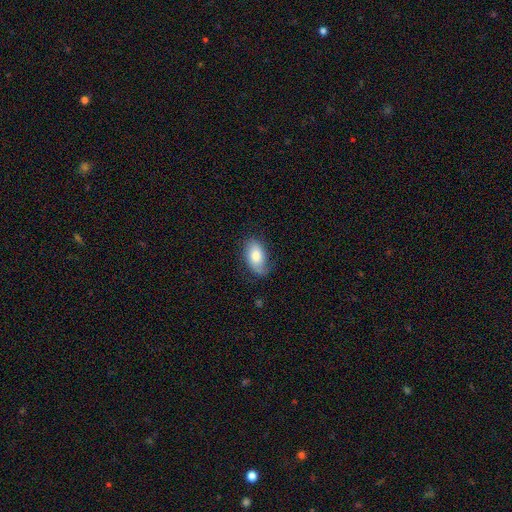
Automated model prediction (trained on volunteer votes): The model was most divided on "merging": none: 66%, minor disturbance: 26%, major disturbance: 7%, merger: 1%. More confident: how rounded — in between (93%); smooth or featured — smooth (72%).